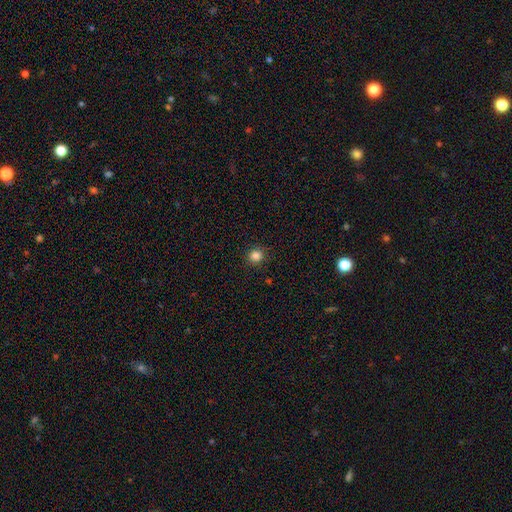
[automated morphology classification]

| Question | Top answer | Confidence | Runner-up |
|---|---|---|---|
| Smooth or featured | smooth | 84% | star or artifact (12%) |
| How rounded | round | 90% | in between (9%) |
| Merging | none | 91% | minor disturbance (6%) |